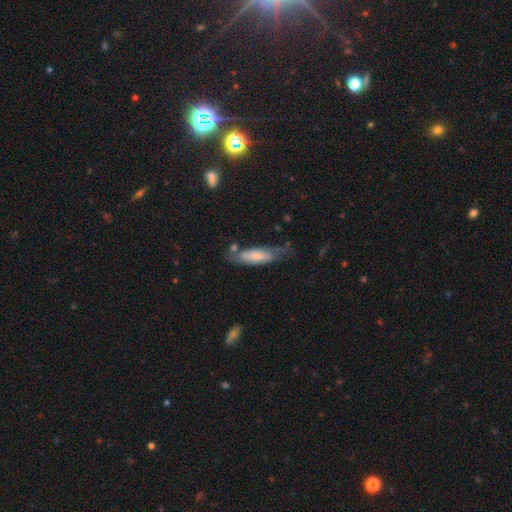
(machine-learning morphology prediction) type=smooth (63%); roundness=cigar-shaped (55%); merging=none (53%).